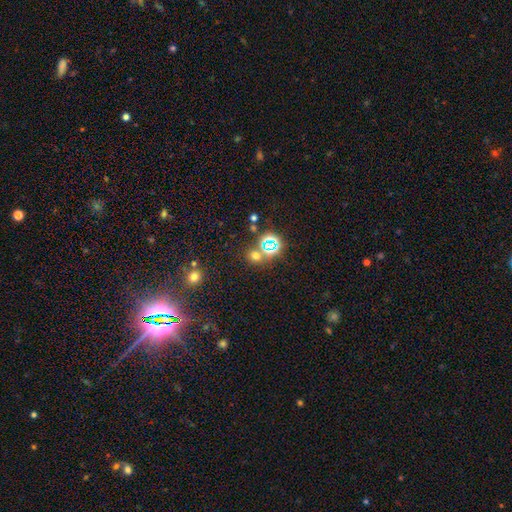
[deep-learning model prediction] Morphology: type=smooth (49%); merging=none (71%).